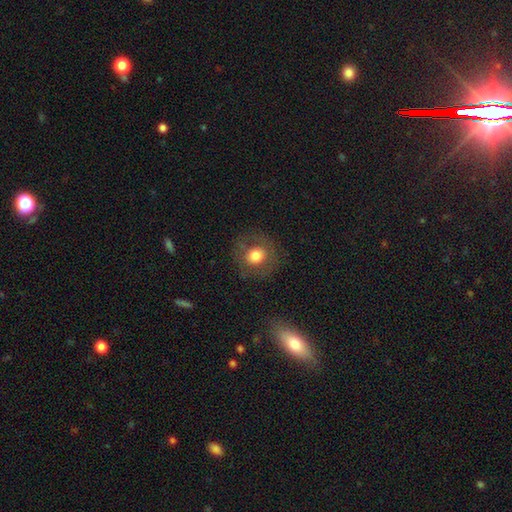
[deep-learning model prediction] A smooth galaxy with no disk features (70%) that is round (88%). Merging: none (81%).